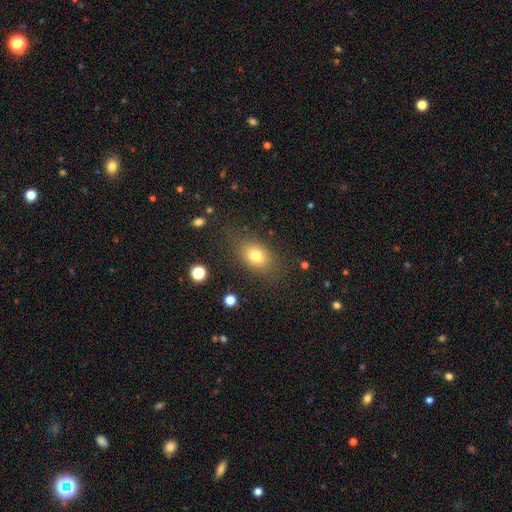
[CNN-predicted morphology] This appears to be a smooth galaxy with no disk features (77%) that is in between round and cigar-shaped (75%). Merging: none (78%).